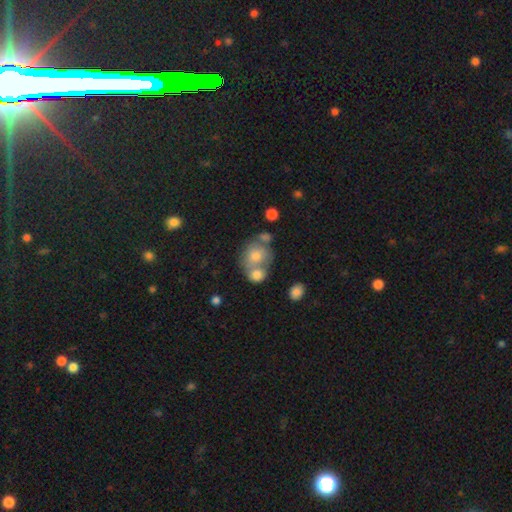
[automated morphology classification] A smooth galaxy with no disk features (71%) that is round (69%).

Vote fractions:
- Smooth or featured? smooth: 71% / featured or disk: 20% / star or artifact: 9%
- How rounded? round: 69% / in between: 30% / cigar-shaped: 1%
- Merging? merger: 50% / none: 33% / minor disturbance: 11% / major disturbance: 6%